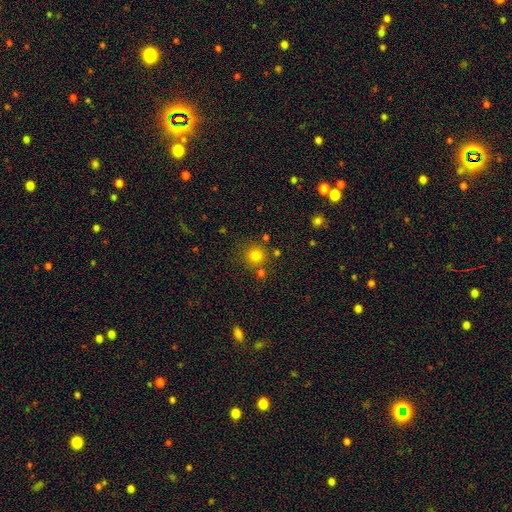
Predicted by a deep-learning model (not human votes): Smooth or featured? smooth (78%)
How rounded? round (93%)
Merging? none (79%)